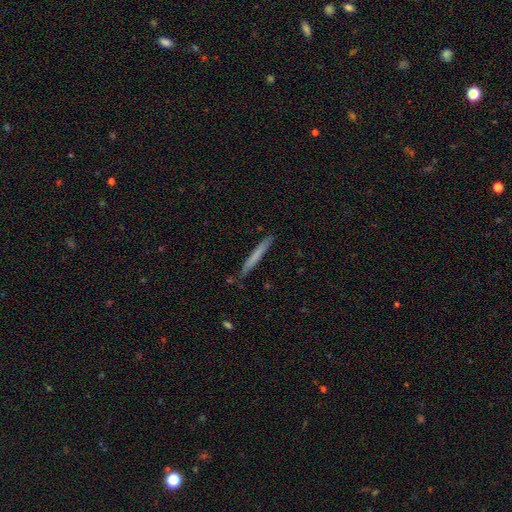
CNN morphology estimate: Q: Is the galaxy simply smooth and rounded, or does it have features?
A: smooth — 65%.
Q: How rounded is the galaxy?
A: cigar-shaped — 97%.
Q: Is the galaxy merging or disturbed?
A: none — 88%.